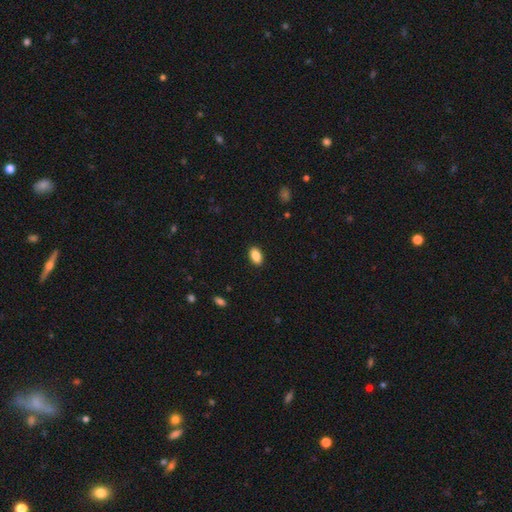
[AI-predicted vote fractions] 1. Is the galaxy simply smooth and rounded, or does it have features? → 87% smooth, 8% star or artifact, 5% featured or disk.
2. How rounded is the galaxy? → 91% in between, 6% round, 2% cigar-shaped.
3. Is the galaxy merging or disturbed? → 90% none, 7% minor disturbance, 2% major disturbance, 1% merger.